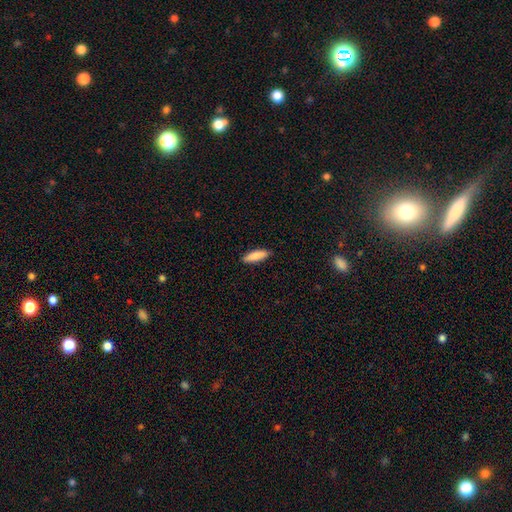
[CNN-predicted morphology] Smooth or featured?
  - smooth: 87% *
  - featured or disk: 7%
  - star or artifact: 6%
How rounded?
  - cigar-shaped: 60% *
  - in between: 38%
  - round: 2%
Merging?
  - none: 89% *
  - minor disturbance: 8%
  - major disturbance: 2%
  - merger: 1%